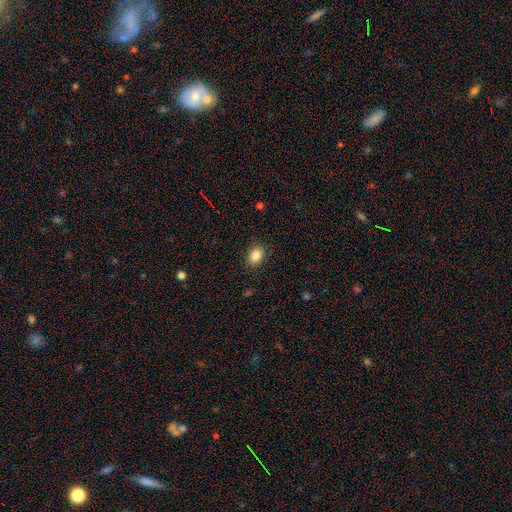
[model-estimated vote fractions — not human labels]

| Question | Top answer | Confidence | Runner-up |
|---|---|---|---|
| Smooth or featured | smooth | 86% | star or artifact (9%) |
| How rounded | in between | 68% | round (31%) |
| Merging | none | 87% | minor disturbance (9%) |